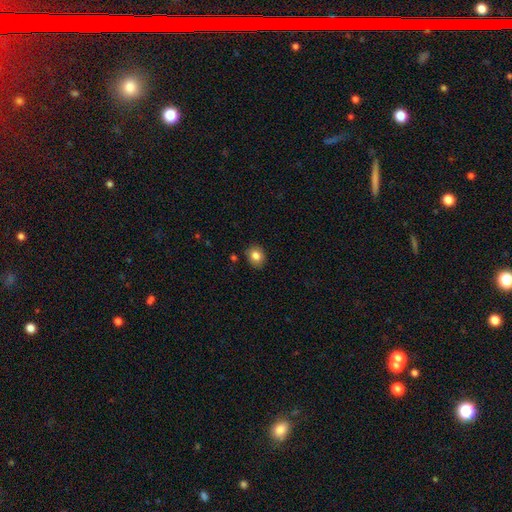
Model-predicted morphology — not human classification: type=smooth (83%); roundness=round (63%); merging=none (86%).